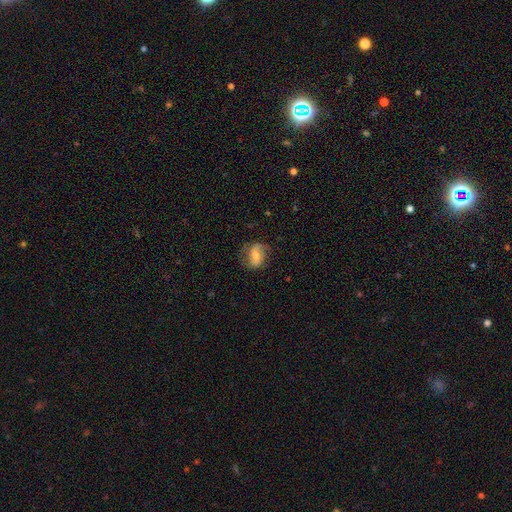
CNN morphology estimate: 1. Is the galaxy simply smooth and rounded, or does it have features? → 57% featured or disk, 35% smooth, 8% star or artifact.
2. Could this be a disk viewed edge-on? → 96% no, 4% yes.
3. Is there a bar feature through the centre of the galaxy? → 38% no, 37% weak, 24% strong.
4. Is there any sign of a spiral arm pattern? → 85% yes, 15% no.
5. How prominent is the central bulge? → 54% moderate, 37% small, 5% large, 2% none, 1% dominant.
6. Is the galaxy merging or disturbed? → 69% none, 20% minor disturbance, 10% major disturbance, 1% merger.